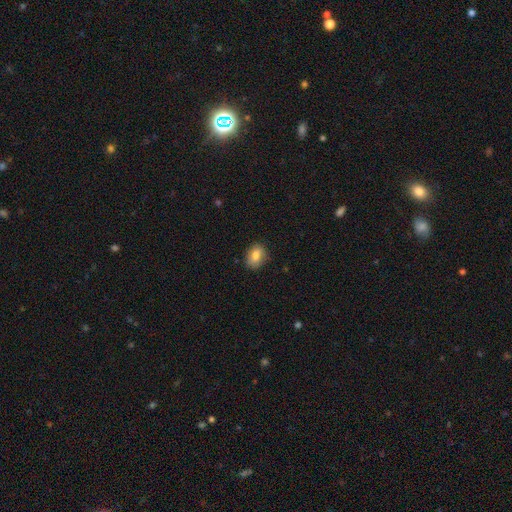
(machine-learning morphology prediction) smooth 82%, featured or disk 10%, star or artifact 8%. Down the decision tree: how rounded — in between (69%); merging — none (82%).